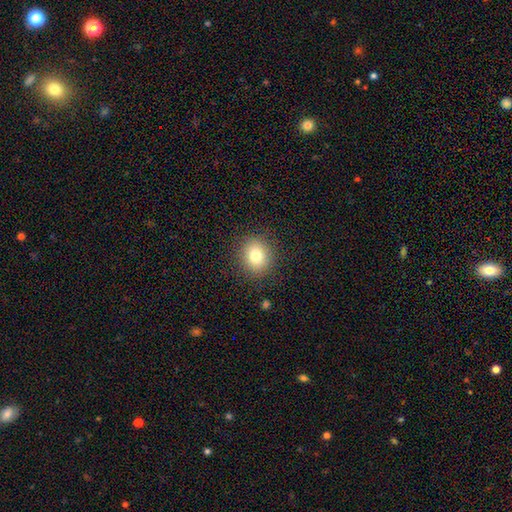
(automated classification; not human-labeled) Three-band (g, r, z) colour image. It shows a smooth galaxy with no disk features (81%) that is round (79%). Merging: none (88%).